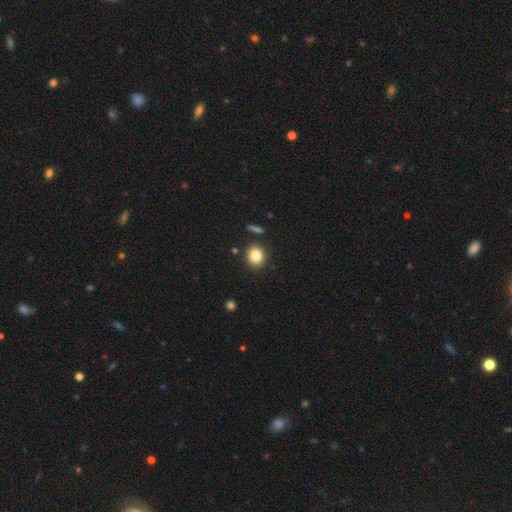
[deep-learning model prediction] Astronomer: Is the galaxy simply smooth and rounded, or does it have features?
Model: smooth — 84%.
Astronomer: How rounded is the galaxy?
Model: round — 75%.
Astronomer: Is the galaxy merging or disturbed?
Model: none — 87%.